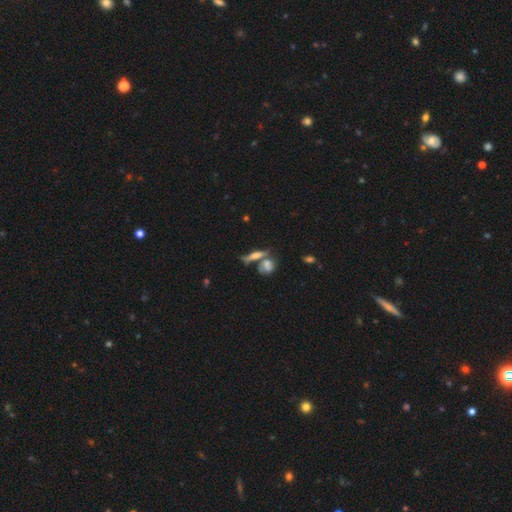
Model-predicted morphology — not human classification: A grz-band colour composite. It shows a smooth galaxy with no disk features (49%). Merging: none (49%).